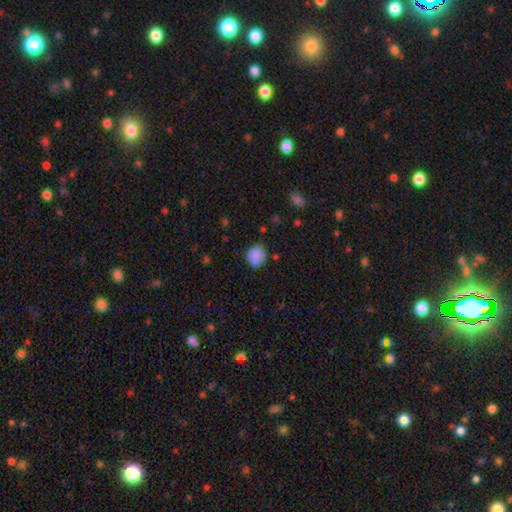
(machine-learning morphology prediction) Smooth or featured? Predicted: smooth (p=0.86). How rounded? Predicted: round (p=0.74). Merging? Predicted: none (p=0.74).